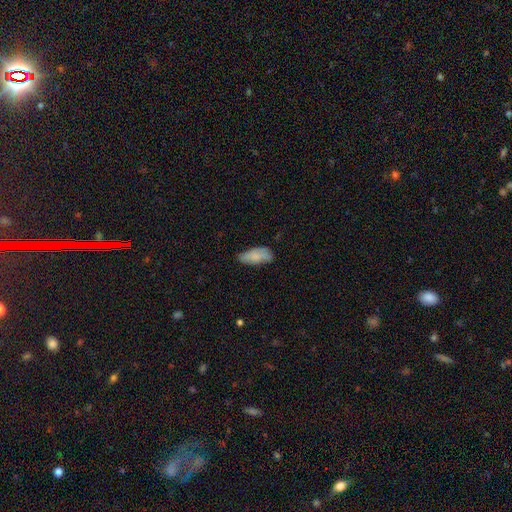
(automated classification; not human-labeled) A smooth galaxy with no disk features (77%) that is in between round and cigar-shaped (86%). Merging: none (61%).